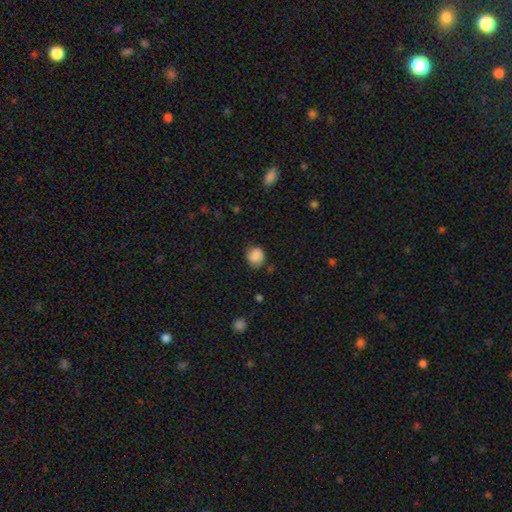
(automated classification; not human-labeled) This appears to be a smooth galaxy with no disk features (86%) that is round (78%). Merging: none (71%).